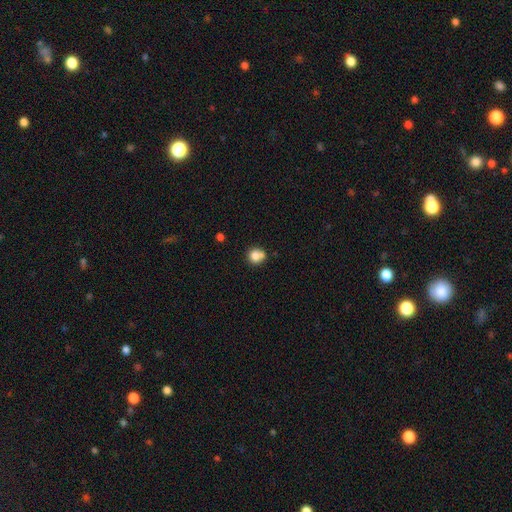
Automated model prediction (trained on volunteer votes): Q: Smooth or featured?
A: smooth (80%); runner-up: featured or disk (10%)
Q: How rounded?
A: round (86%); runner-up: in between (14%)
Q: Merging?
A: none (53%); runner-up: merger (29%)